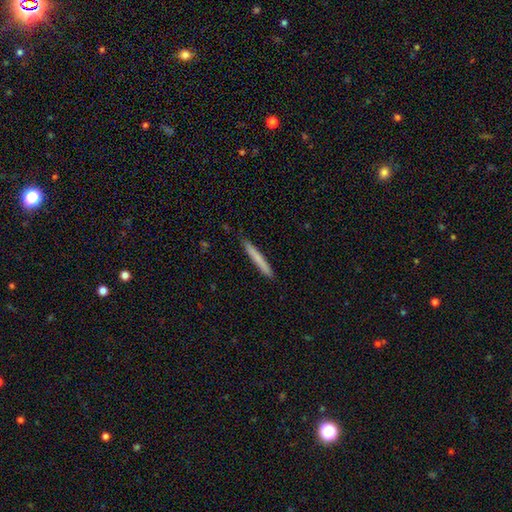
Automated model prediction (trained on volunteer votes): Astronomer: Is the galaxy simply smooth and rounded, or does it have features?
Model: smooth — 70%.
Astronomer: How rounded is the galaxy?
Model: cigar-shaped — 97%.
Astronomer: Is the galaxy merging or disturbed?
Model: none — 91%.